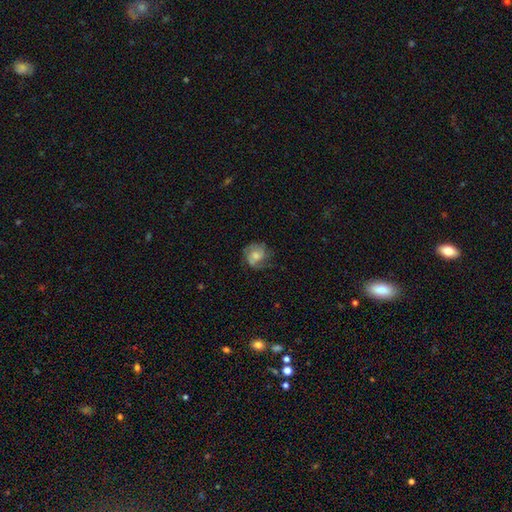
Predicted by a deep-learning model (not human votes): A smooth galaxy with no disk features (47%).

Vote fractions:
- Smooth or featured? smooth: 47% / featured or disk: 45% / star or artifact: 8%
- Merging? none: 59% / minor disturbance: 25% / major disturbance: 14% / merger: 1%